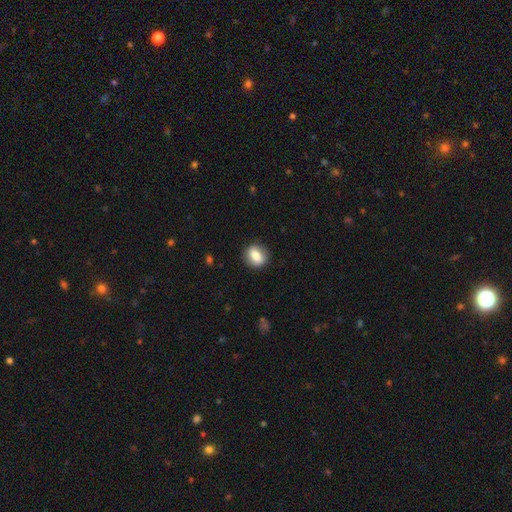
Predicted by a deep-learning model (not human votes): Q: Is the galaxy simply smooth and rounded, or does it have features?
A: smooth — 77%.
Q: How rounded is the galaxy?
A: round — 52%.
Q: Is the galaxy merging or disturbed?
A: none — 87%.